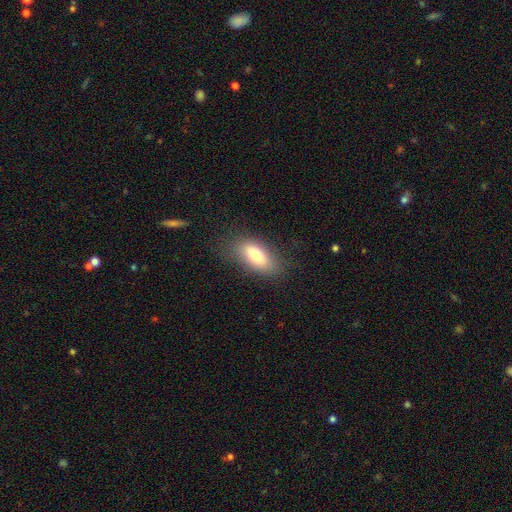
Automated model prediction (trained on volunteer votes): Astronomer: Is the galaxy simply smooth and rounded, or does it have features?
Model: smooth — 73%.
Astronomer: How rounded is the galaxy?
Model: in between — 85%.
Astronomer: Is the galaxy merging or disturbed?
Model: none — 80%.